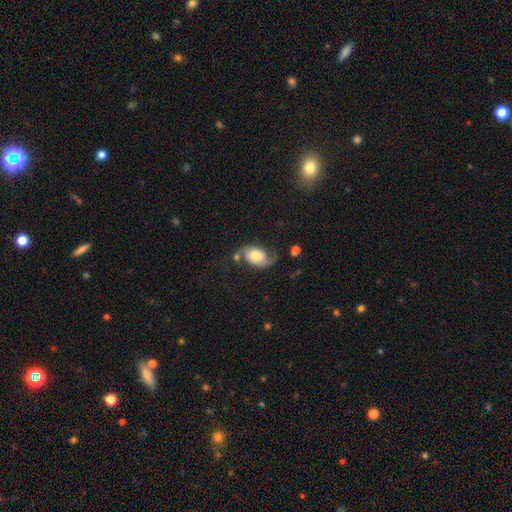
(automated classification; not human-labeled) Smooth or featured: featured or disk — 64% (smooth — 29%)
Edge-on disk: no — 96% (yes — 4%)
Bar: no — 71% (weak — 22%)
Spiral arms: yes — 89% (no — 11%)
Spiral winding: loose — 55% (medium — 32%)
Spiral arm count: 2 — 87% (1 — 6%)
Bulge size: moderate — 55% (large — 24%)
Merging: none — 52% (minor disturbance — 22%)